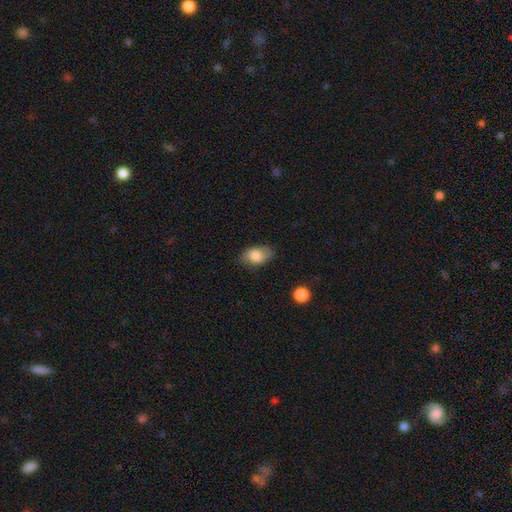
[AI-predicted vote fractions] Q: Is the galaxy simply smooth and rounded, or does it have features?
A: smooth — 81%.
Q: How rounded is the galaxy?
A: in between — 87%.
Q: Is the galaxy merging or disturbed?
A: none — 73%.